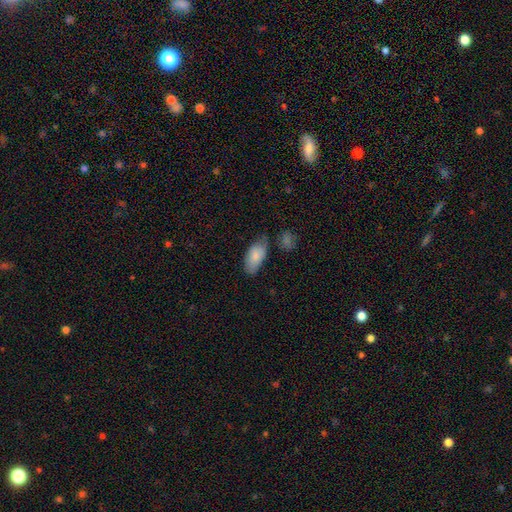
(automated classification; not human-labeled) This appears to be a smooth galaxy with no disk features (83%) that is in between round and cigar-shaped (93%). Merging: none (59%).